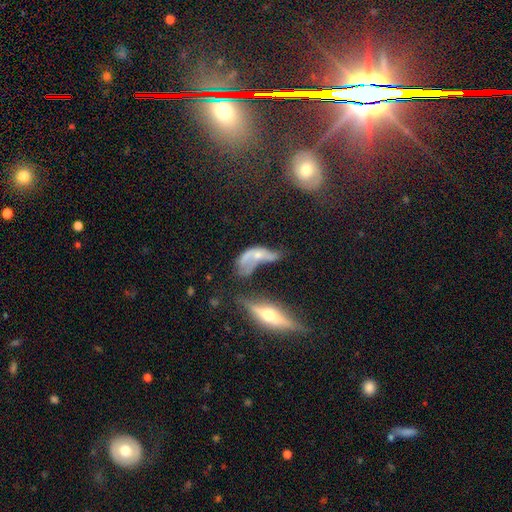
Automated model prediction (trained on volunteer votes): The model was most divided on "merging": merger: 39%, major disturbance: 30%, none: 18%, minor disturbance: 14%. More confident: edge-on disk — no (72%); smooth or featured — featured or disk (53%).